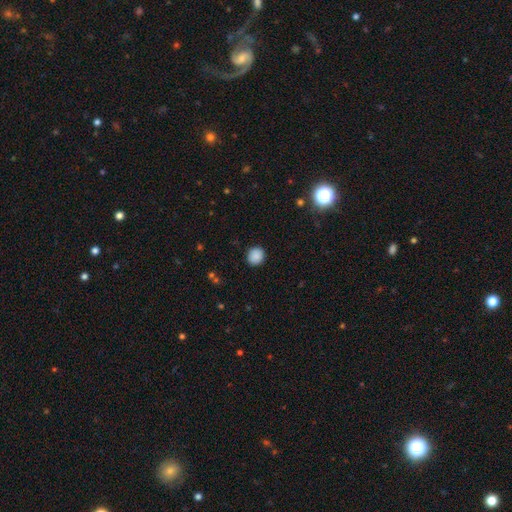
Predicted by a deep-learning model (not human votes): A smooth galaxy with no disk features (88%) that is round (86%). Merging: none (90%).